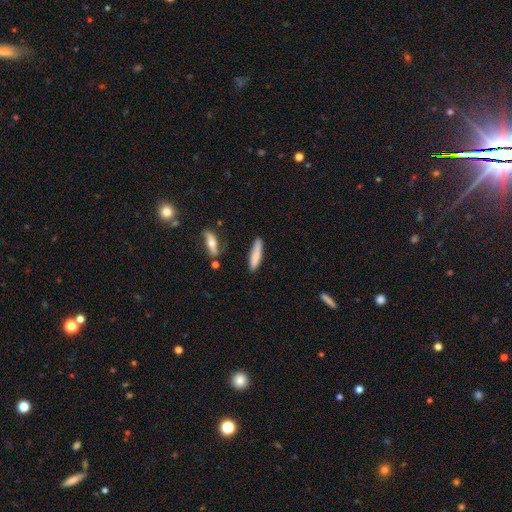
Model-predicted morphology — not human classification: Smooth or featured?
  - smooth: 77% *
  - featured or disk: 17%
  - star or artifact: 6%
How rounded?
  - cigar-shaped: 81% *
  - in between: 18%
  - round: 2%
Merging?
  - none: 78% *
  - minor disturbance: 14%
  - merger: 4%
  - major disturbance: 3%